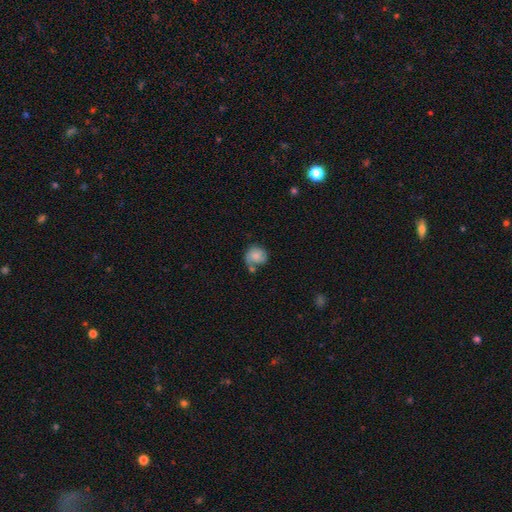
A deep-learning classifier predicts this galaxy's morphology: Overall: smooth (66%). How rounded: round (75%). Merging: none (43%; minor disturbance 25%).